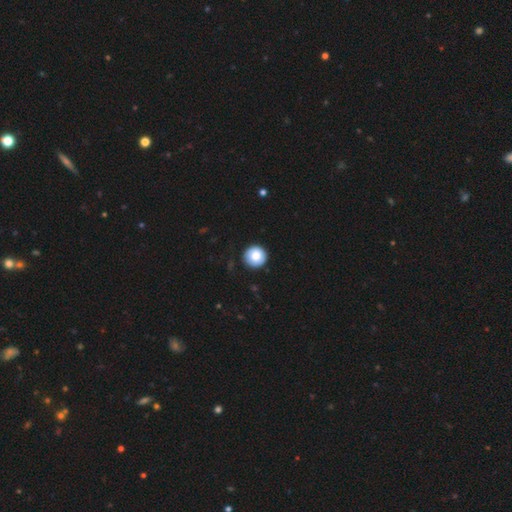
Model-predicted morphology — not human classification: A smooth galaxy with no disk features (85%) that is round (96%). Merging: none (88%).